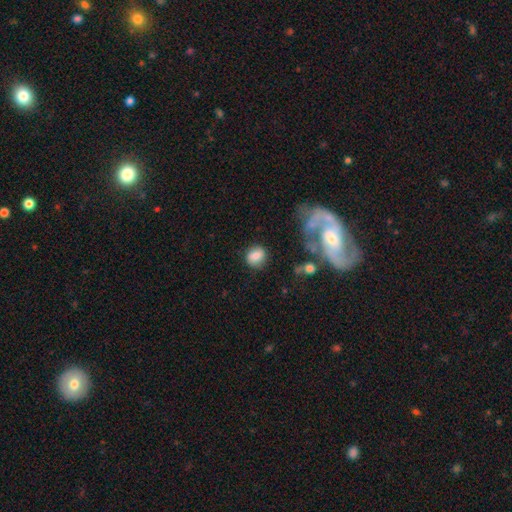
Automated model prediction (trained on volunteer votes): Smooth or featured: smooth — 79% (featured or disk — 13%)
How rounded: round — 62% (in between — 36%)
Merging: none — 78% (minor disturbance — 13%)